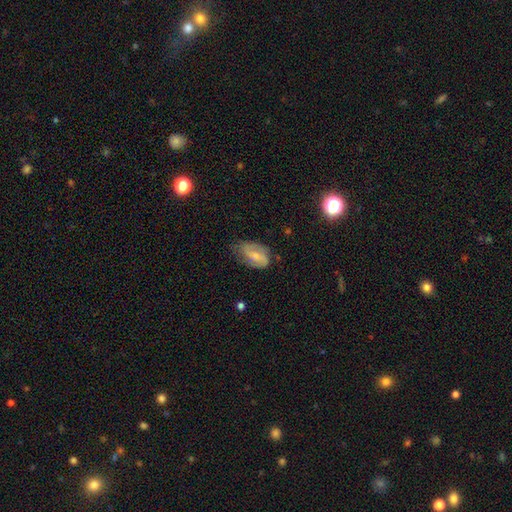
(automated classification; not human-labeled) Q: Smooth or featured?
A: featured or disk (53%); runner-up: smooth (40%)
Q: Edge-on disk?
A: no (95%); runner-up: yes (5%)
Q: Merging?
A: none (52%); runner-up: minor disturbance (33%)